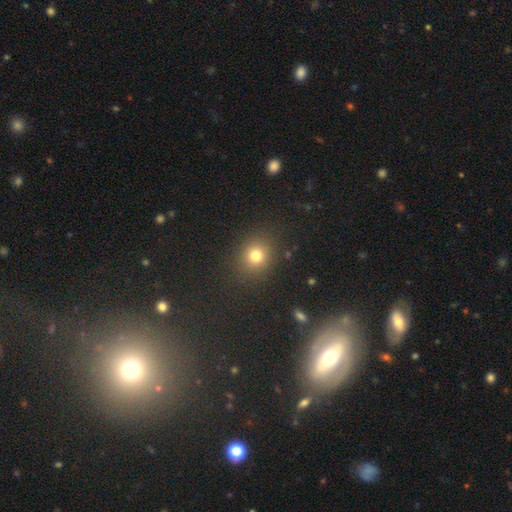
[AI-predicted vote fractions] Smooth or featured?
  - smooth: 77% *
  - star or artifact: 16%
  - featured or disk: 7%
How rounded?
  - round: 80% *
  - in between: 19%
  - cigar-shaped: 1%
Merging?
  - none: 87% *
  - minor disturbance: 8%
  - major disturbance: 4%
  - merger: 2%